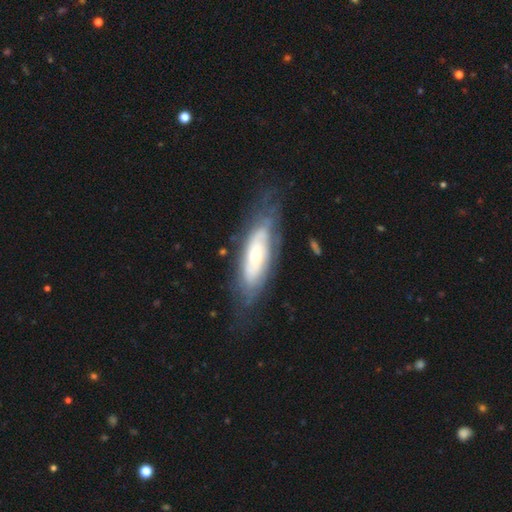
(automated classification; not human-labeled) Q: Smooth or featured?
A: featured or disk (68%); runner-up: smooth (26%)
Q: Edge-on disk?
A: no (81%); runner-up: yes (19%)
Q: Bar?
A: no (80%); runner-up: weak (15%)
Q: Spiral arms?
A: yes (64%); runner-up: no (36%)
Q: Bulge size?
A: moderate (48%); runner-up: small (44%)
Q: Merging?
A: none (64%); runner-up: minor disturbance (22%)